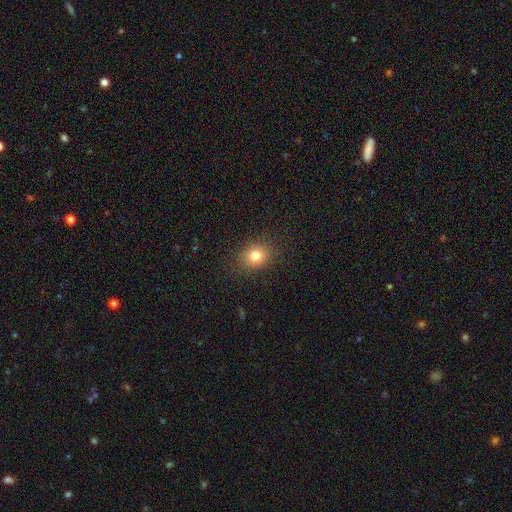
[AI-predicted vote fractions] smooth_or_featured: smooth (p=0.79) [alt: star or artifact p=0.13]
how_rounded: round (p=0.55) [alt: in between p=0.44]
merging: none (p=0.87) [alt: minor disturbance p=0.09]